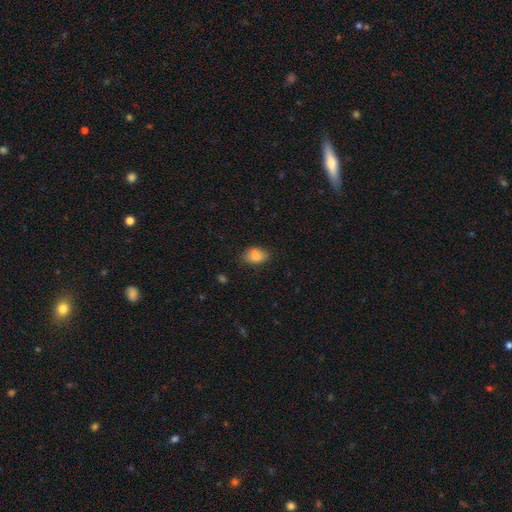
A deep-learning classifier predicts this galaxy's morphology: A smooth galaxy with no disk features (84%) that is in between round and cigar-shaped (81%). Merging: none (67%).